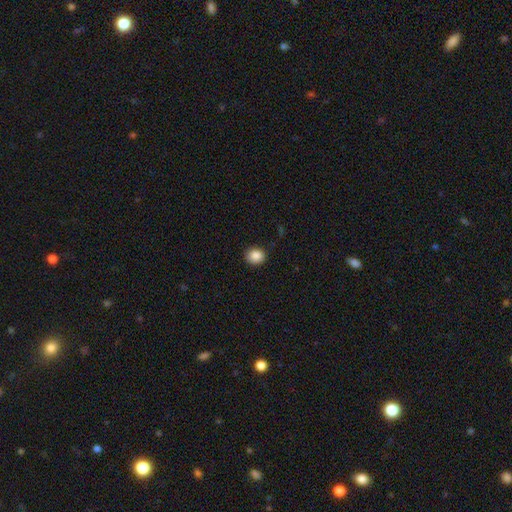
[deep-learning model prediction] smooth_or_featured: smooth (p=0.87) [alt: star or artifact p=0.09]
how_rounded: round (p=0.72) [alt: in between p=0.27]
merging: none (p=0.85) [alt: minor disturbance p=0.11]